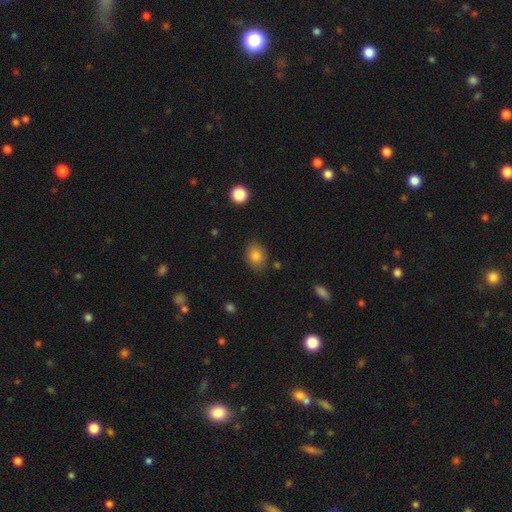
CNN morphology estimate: Smooth or featured? Predicted: smooth (p=0.83). How rounded? Predicted: in between (p=0.66). Merging? Predicted: none (p=0.81).